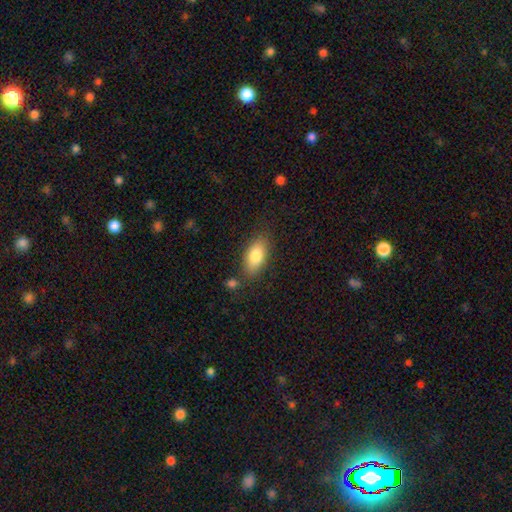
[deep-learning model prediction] A smooth galaxy with no disk features (81%) that is in between round and cigar-shaped (89%). Merging: none (78%).